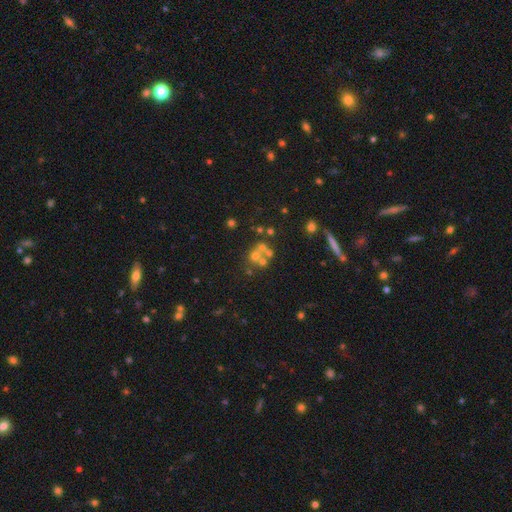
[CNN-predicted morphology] Smooth or featured?
  - smooth: 42% *
  - featured or disk: 33%
  - star or artifact: 24%
Merging?
  - merger: 44% *
  - none: 40%
  - minor disturbance: 8%
  - major disturbance: 7%